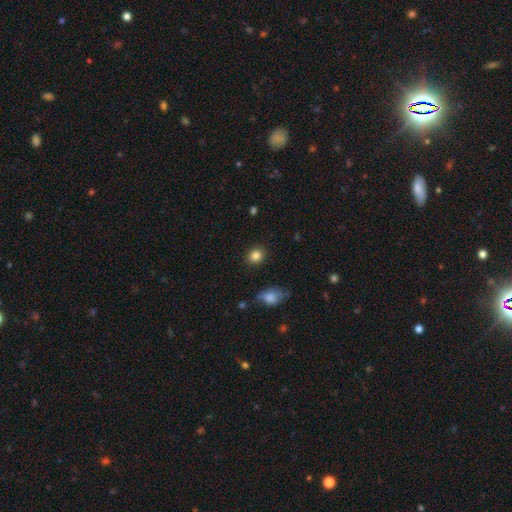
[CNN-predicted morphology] Overall: smooth (85%). How rounded: round (77%). Merging: none (88%).